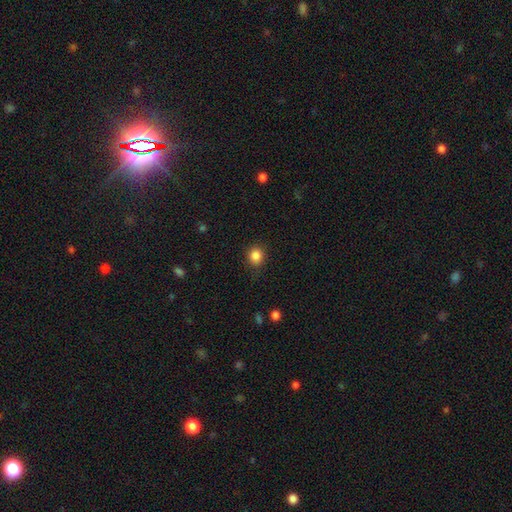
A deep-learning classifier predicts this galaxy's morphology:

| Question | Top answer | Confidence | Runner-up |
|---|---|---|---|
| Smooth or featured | smooth | 86% | star or artifact (11%) |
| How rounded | round | 84% | in between (16%) |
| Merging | none | 87% | minor disturbance (9%) |